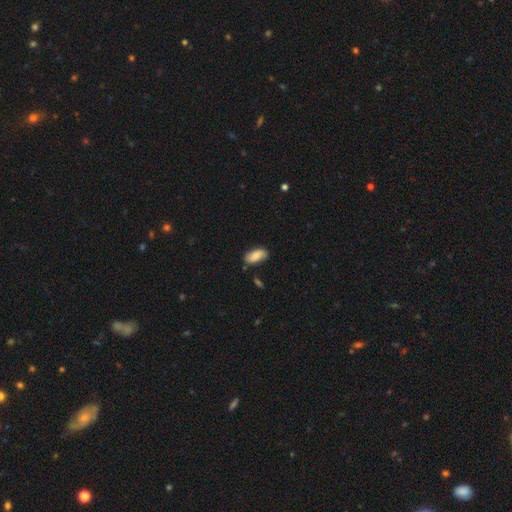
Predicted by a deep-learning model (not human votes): Smooth or featured? Predicted: smooth (p=0.69). How rounded? Predicted: in between (p=0.90). Merging? Predicted: none (p=0.77).